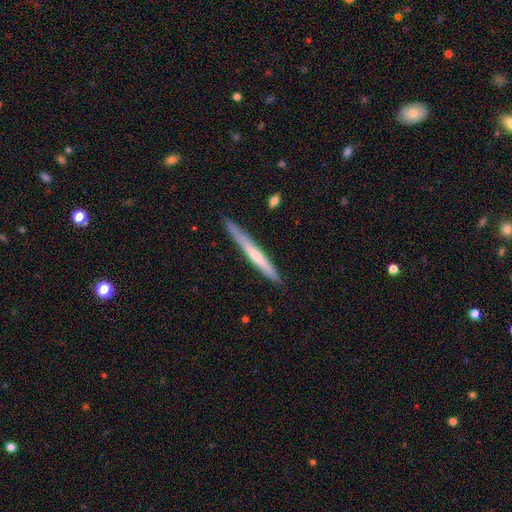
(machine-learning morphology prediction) This is possibly a featured or disk galaxy (51%). It is clearly viewed edge-on (94%). Merging: clearly none (86%).